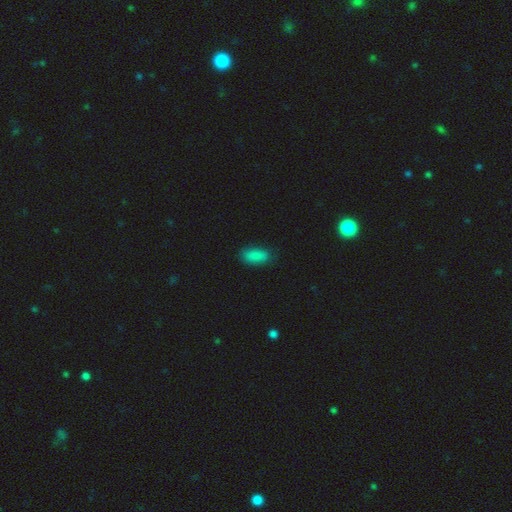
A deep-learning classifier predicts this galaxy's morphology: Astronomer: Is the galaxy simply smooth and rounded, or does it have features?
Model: smooth — 87%.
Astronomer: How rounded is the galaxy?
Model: in between — 87%.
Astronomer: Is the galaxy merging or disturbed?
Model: none — 83%.